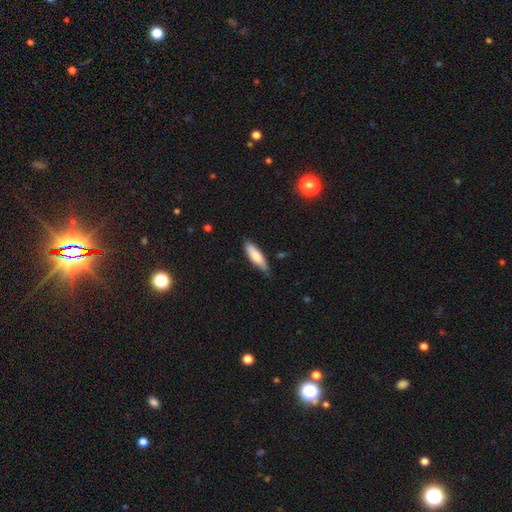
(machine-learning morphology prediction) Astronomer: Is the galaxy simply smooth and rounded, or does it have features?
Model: smooth — 79%.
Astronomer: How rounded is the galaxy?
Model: cigar-shaped — 54% (runner-up: in between, 45%).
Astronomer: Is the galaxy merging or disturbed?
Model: none — 67%.